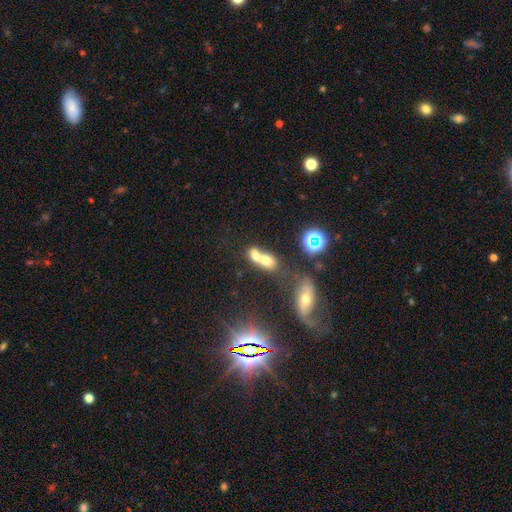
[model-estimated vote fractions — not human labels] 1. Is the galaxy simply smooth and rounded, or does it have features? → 65% smooth, 21% featured or disk, 14% star or artifact.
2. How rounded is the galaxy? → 65% in between, 31% round, 5% cigar-shaped.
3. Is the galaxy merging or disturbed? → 72% merger, 18% none, 6% minor disturbance, 5% major disturbance.